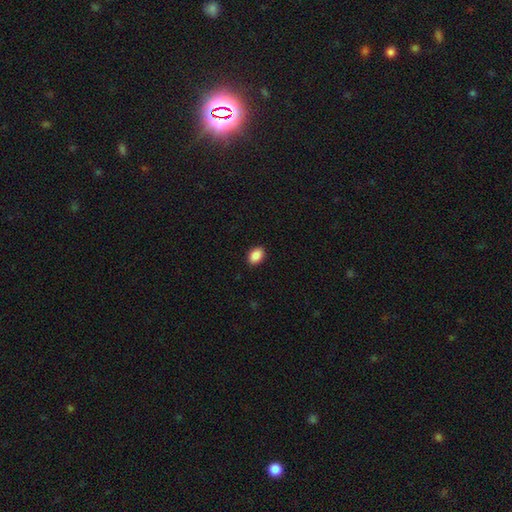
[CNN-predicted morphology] smooth_or_featured: smooth (p=0.89) [alt: star or artifact p=0.08]
how_rounded: in between (p=0.82) [alt: round p=0.17]
merging: none (p=0.90) [alt: minor disturbance p=0.08]